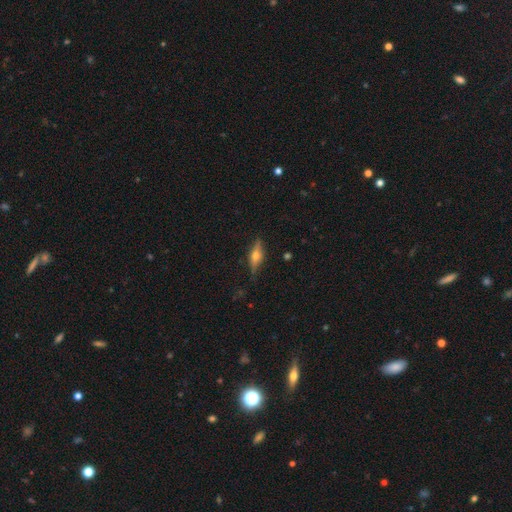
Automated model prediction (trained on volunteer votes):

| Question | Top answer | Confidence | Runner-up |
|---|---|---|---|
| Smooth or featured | featured or disk | 62% | smooth (31%) |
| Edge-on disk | yes | 94% | no (6%) |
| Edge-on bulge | rounded | 92% | boxy (6%) |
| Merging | none | 82% | minor disturbance (14%) |